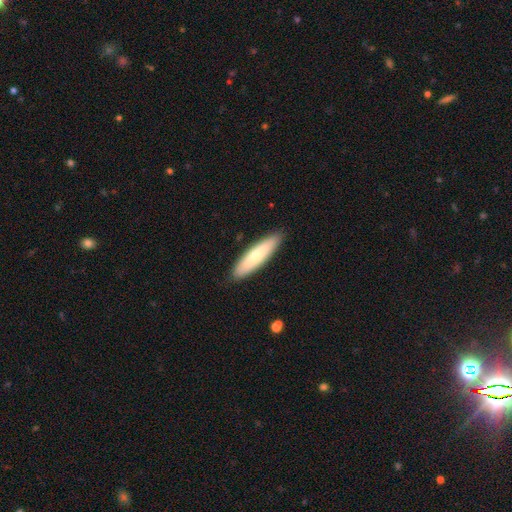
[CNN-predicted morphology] Smooth or featured? smooth (70%)
How rounded? cigar-shaped (78%)
Merging? none (90%)